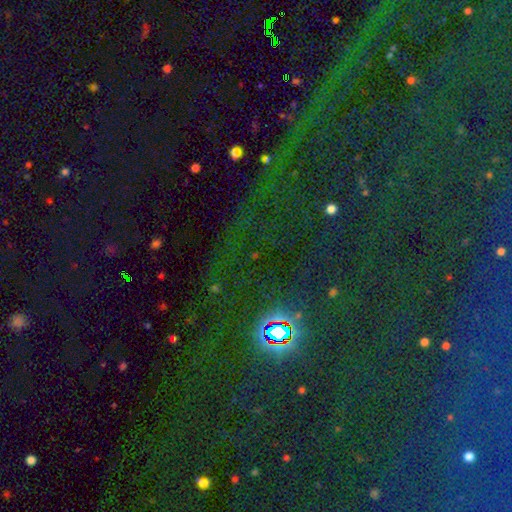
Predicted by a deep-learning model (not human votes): A star or artifact, not a galaxy (79%).

Vote fractions:
- Smooth or featured? star or artifact: 79% / smooth: 13% / featured or disk: 8%